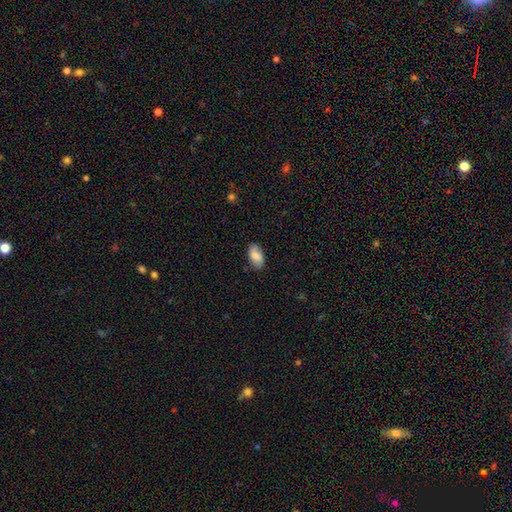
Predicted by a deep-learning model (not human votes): Smooth or featured? Predicted: smooth (p=0.82). How rounded? Predicted: in between (p=0.94). Merging? Predicted: none (p=0.83).